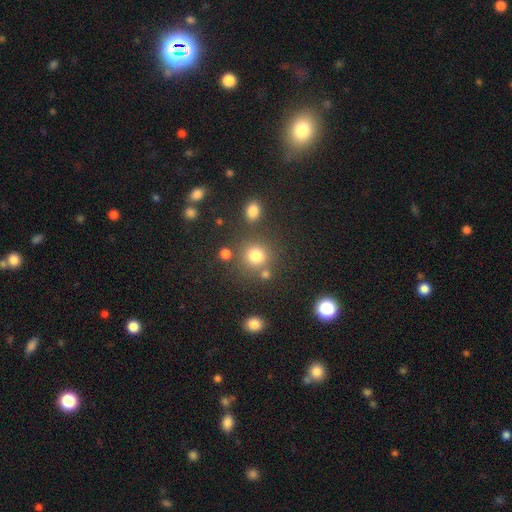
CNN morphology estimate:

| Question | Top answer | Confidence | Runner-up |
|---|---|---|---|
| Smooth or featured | smooth | 78% | star or artifact (16%) |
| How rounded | round | 88% | in between (11%) |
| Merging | none | 73% | merger (13%) |